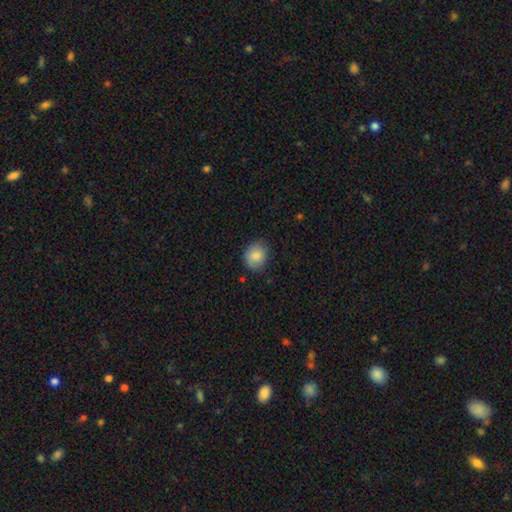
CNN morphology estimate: Smooth or featured? Predicted: smooth (p=0.86). How rounded? Predicted: round (p=0.62). Merging? Predicted: none (p=0.79).